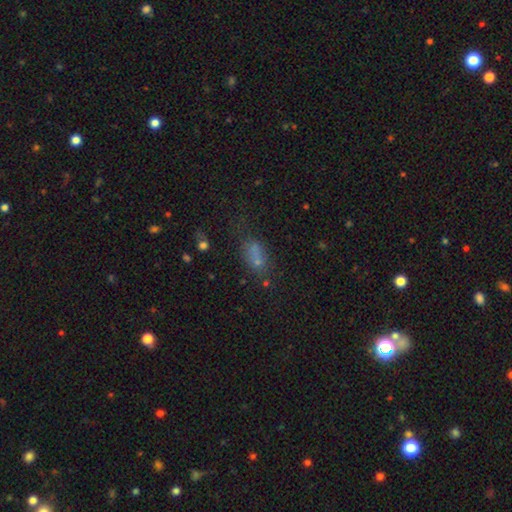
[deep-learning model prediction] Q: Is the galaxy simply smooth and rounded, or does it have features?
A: smooth — 60%.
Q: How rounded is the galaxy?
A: in between — 77%.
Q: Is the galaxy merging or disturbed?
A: none — 46%.